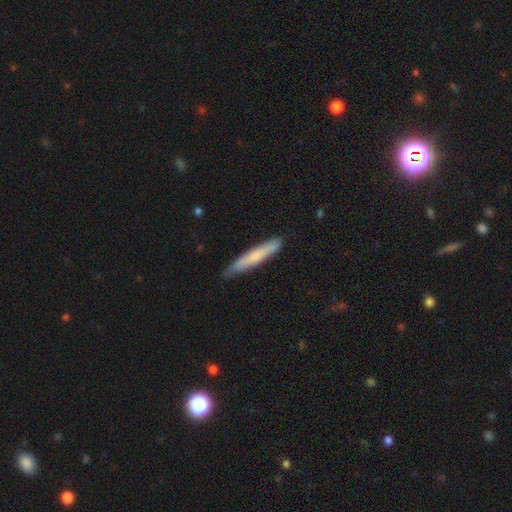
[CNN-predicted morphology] Smooth or featured? Predicted: smooth (p=0.62). How rounded? Predicted: cigar-shaped (p=0.94). Merging? Predicted: none (p=0.83).